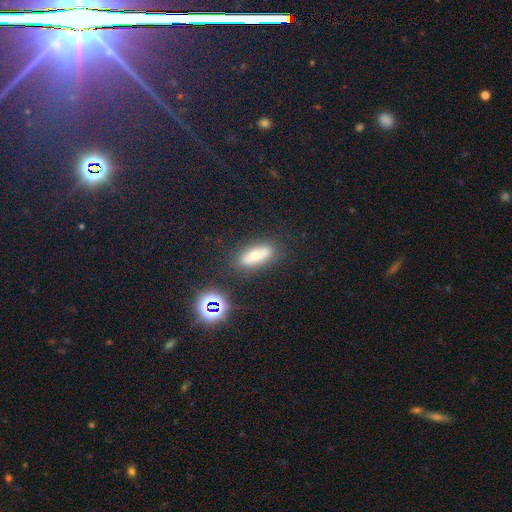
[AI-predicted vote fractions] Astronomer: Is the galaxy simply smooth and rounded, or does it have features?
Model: smooth — 60%.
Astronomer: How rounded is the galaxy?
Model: in between — 56% (runner-up: cigar-shaped, 39%).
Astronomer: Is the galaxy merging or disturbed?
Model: none — 79%.